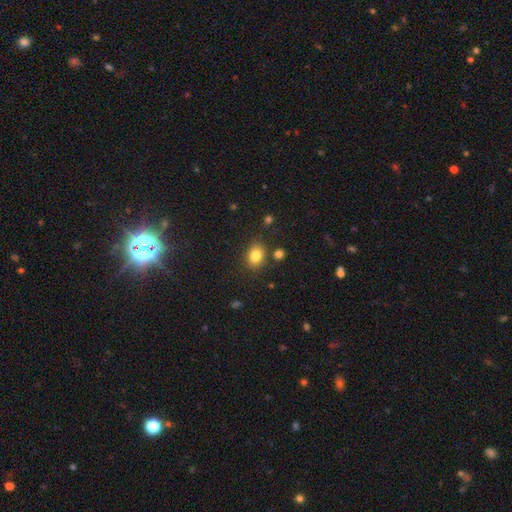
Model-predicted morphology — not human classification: Smooth or featured?
  - smooth: 83% *
  - star or artifact: 11%
  - featured or disk: 7%
How rounded?
  - in between: 58% *
  - round: 41%
  - cigar-shaped: 1%
Merging?
  - none: 80% *
  - minor disturbance: 12%
  - merger: 5%
  - major disturbance: 3%